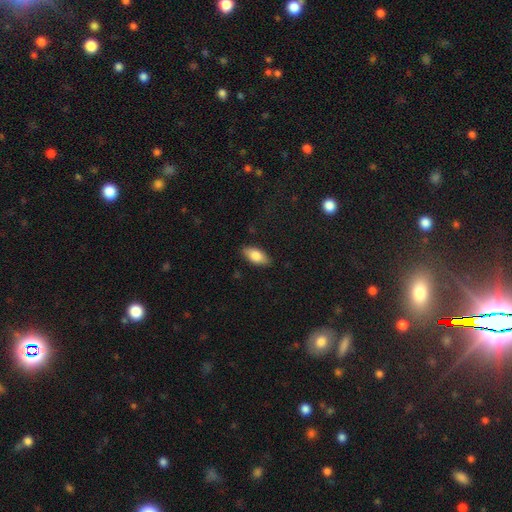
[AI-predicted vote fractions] smooth_or_featured: smooth (p=0.80) [alt: featured or disk p=0.14]
how_rounded: in between (p=0.89) [alt: cigar-shaped p=0.08]
merging: none (p=0.87) [alt: minor disturbance p=0.10]